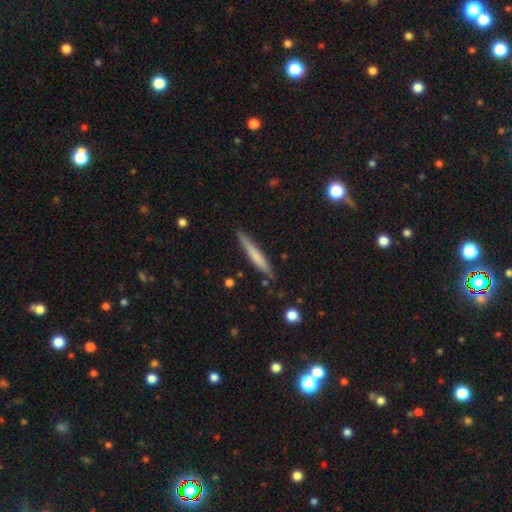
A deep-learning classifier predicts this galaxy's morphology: Q: Smooth or featured?
A: smooth (63%); runner-up: featured or disk (31%)
Q: How rounded?
A: cigar-shaped (95%); runner-up: in between (4%)
Q: Merging?
A: none (84%); runner-up: minor disturbance (12%)